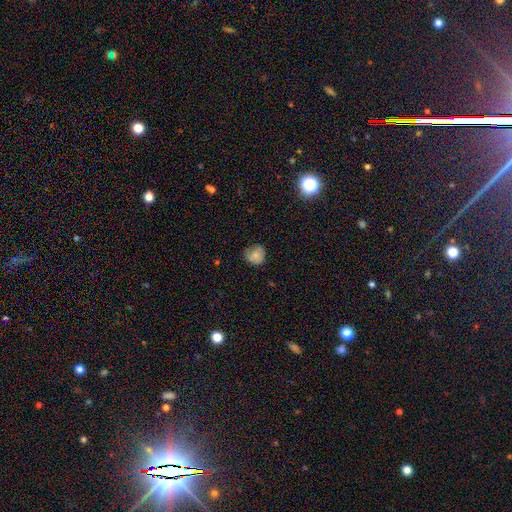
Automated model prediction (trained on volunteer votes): Overall: smooth (74%). How rounded: round (82%). Merging: none (67%).